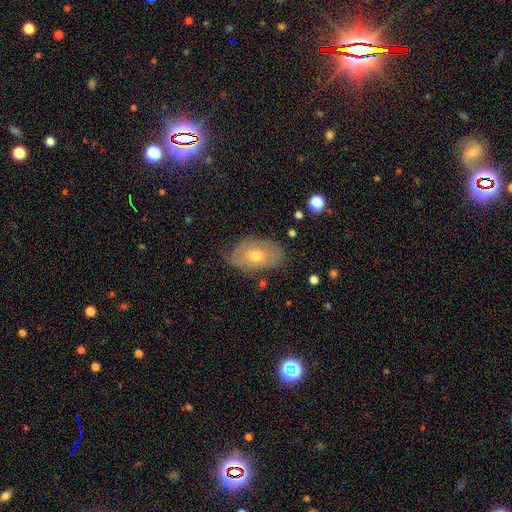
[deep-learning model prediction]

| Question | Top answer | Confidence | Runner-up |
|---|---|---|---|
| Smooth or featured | featured or disk | 50% | smooth (38%) |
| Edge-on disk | no | 91% | yes (9%) |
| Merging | none | 72% | minor disturbance (21%) |